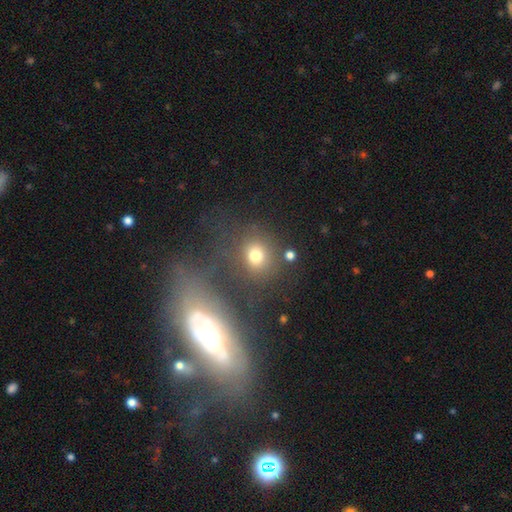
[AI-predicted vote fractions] A smooth galaxy with no disk features (70%) that is round (75%).

Vote fractions:
- Smooth or featured? smooth: 70% / star or artifact: 19% / featured or disk: 11%
- How rounded? round: 75% / in between: 24% / cigar-shaped: 2%
- Merging? none: 69% / merger: 13% / minor disturbance: 11% / major disturbance: 7%